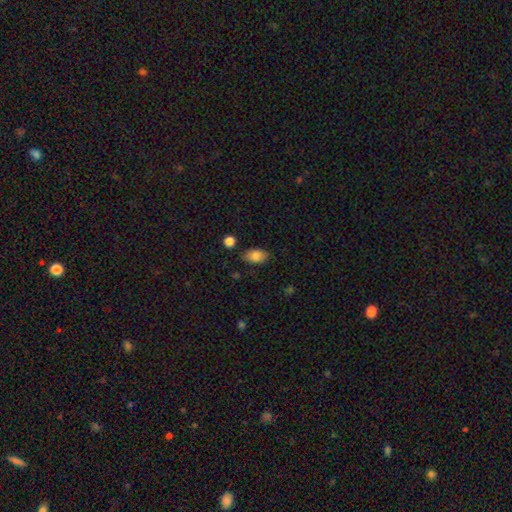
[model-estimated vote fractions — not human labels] Overall: smooth (84%). How rounded: in between (90%). Merging: none (81%).